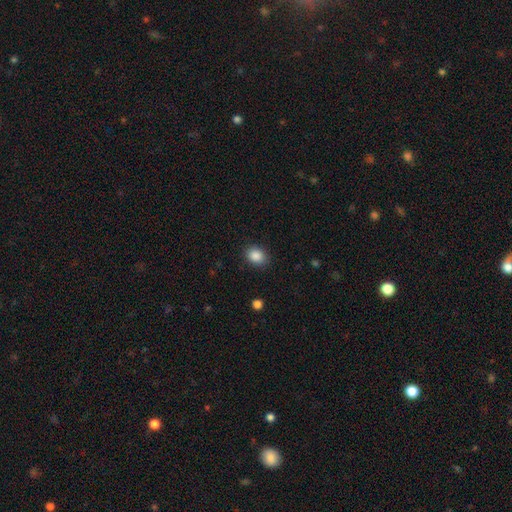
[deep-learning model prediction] smooth 87%, star or artifact 9%, featured or disk 4%. Down the decision tree: how rounded — in between (55%); merging — none (87%).